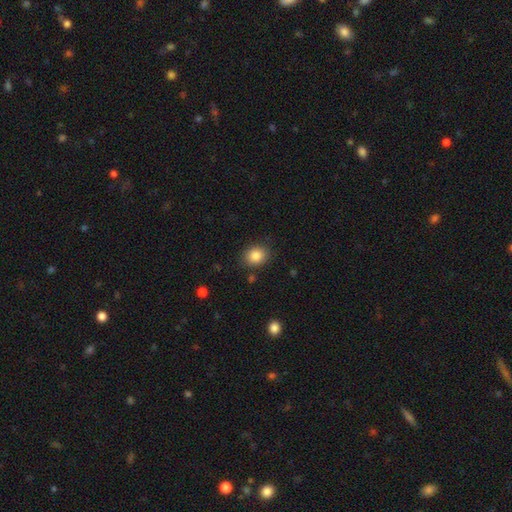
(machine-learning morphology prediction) A smooth galaxy with no disk features (86%) that is round (62%).

Vote fractions:
- Smooth or featured? smooth: 86% / star or artifact: 9% / featured or disk: 5%
- How rounded? round: 62% / in between: 38% / cigar-shaped: 1%
- Merging? none: 85% / minor disturbance: 10% / major disturbance: 3% / merger: 2%